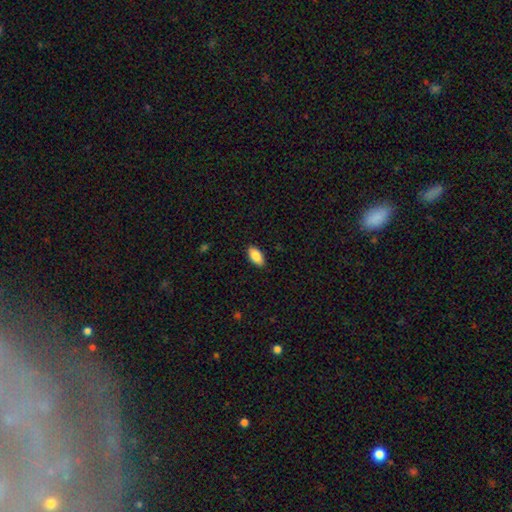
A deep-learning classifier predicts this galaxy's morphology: This appears to be a smooth galaxy with no disk features (88%) that is in between round and cigar-shaped (93%). Merging: none (88%).